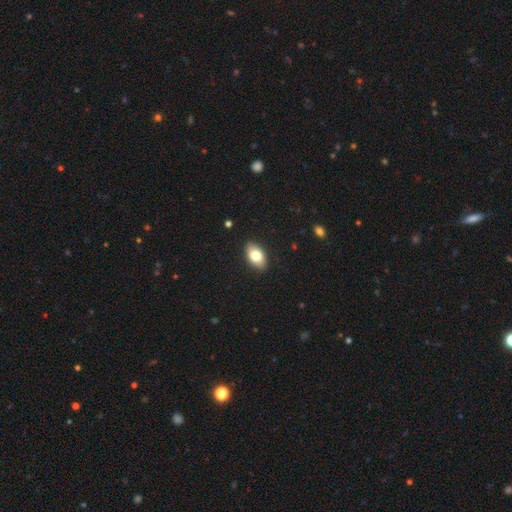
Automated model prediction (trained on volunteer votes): A smooth galaxy with no disk features (78%) that is in between round and cigar-shaped (92%).

Vote fractions:
- Smooth or featured? smooth: 78% / featured or disk: 15% / star or artifact: 7%
- How rounded? in between: 92% / round: 6% / cigar-shaped: 2%
- Merging? none: 89% / minor disturbance: 9% / major disturbance: 2% / merger: 1%